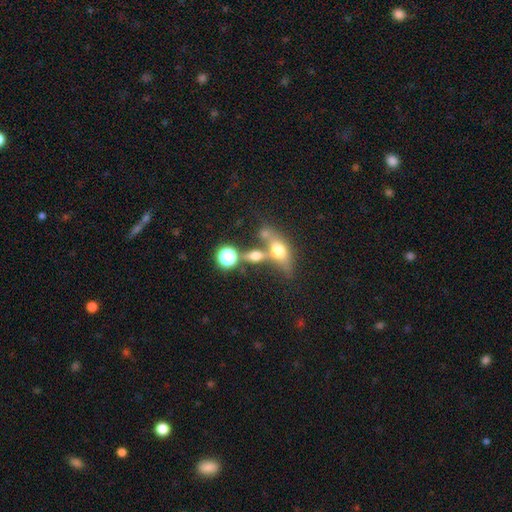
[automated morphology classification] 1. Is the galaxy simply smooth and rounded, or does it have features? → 53% smooth, 31% featured or disk, 16% star or artifact.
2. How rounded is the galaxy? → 56% in between, 24% round, 20% cigar-shaped.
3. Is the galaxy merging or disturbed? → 49% merger, 34% none, 10% minor disturbance, 8% major disturbance.